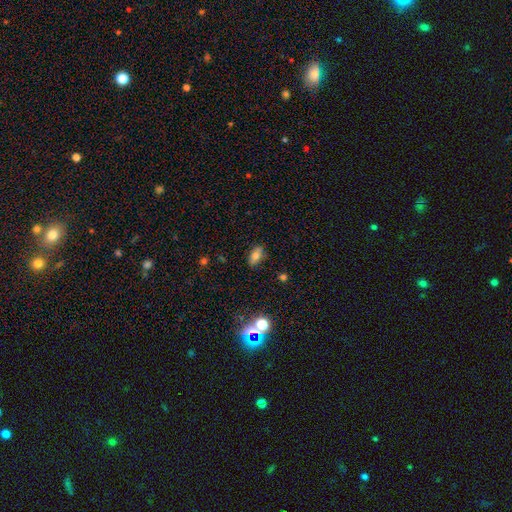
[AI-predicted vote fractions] Smooth or featured?
  - smooth: 71% *
  - featured or disk: 16%
  - star or artifact: 13%
How rounded?
  - in between: 85% *
  - cigar-shaped: 8%
  - round: 7%
Merging?
  - none: 83% *
  - minor disturbance: 13%
  - major disturbance: 3%
  - merger: 2%